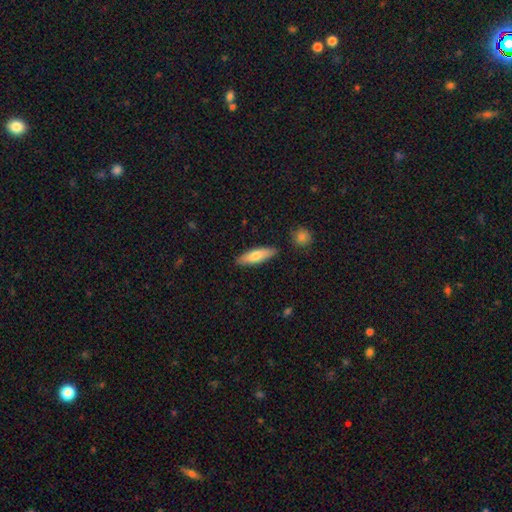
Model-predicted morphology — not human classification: A smooth galaxy with no disk features (73%) that is cigar-shaped (54%). Merging: none (86%).